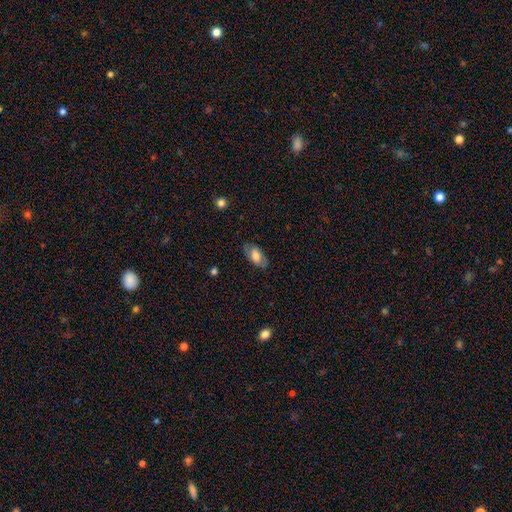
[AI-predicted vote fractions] This is likely a smooth galaxy (62%). How rounded: clearly in between (92%). Merging: likely none (79%).